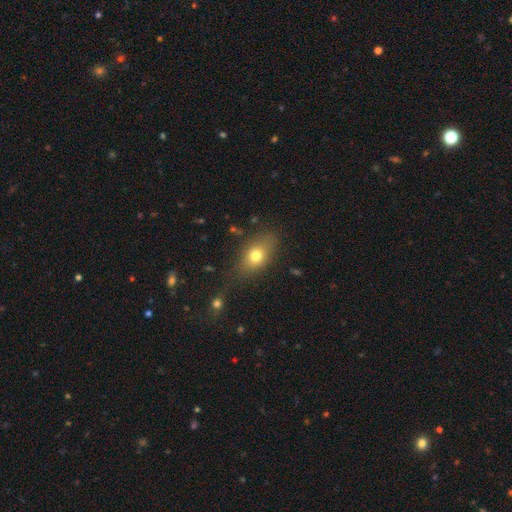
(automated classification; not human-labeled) Overall: smooth (74%). How rounded: in between (72%). Merging: none (66%).